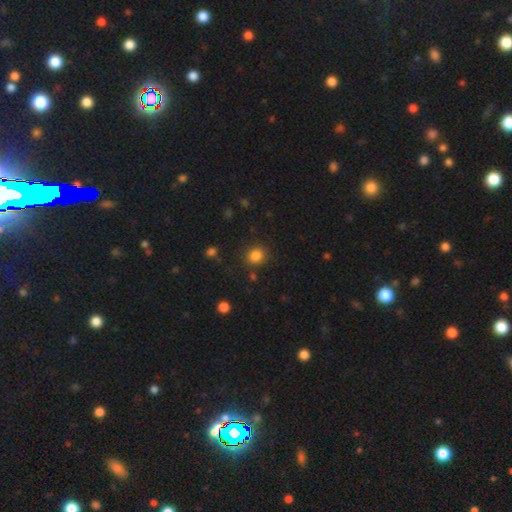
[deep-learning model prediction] Smooth or featured: smooth — 84% (star or artifact — 12%)
How rounded: round — 81% (in between — 18%)
Merging: none — 85% (minor disturbance — 9%)